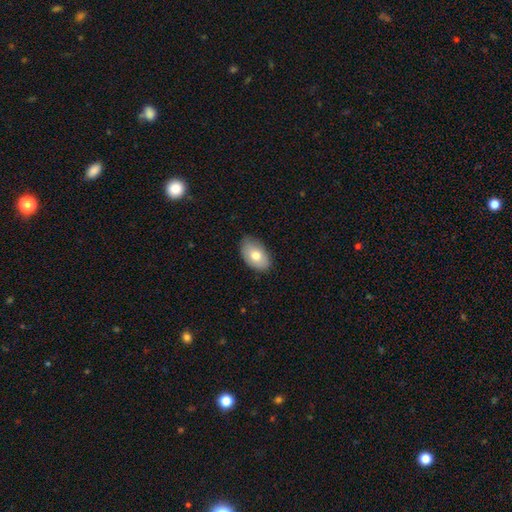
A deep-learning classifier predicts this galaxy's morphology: This appears to be a smooth galaxy with no disk features (74%) that is in between round and cigar-shaped (93%). Merging: none (81%).